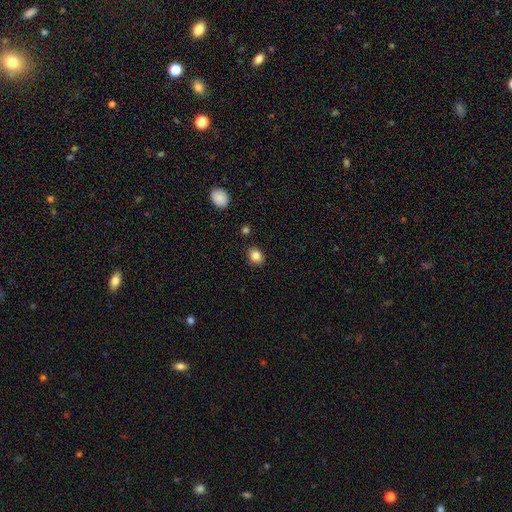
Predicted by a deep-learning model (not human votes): A smooth galaxy with no disk features (84%) that is in between round and cigar-shaped (51%). Merging: none (86%).